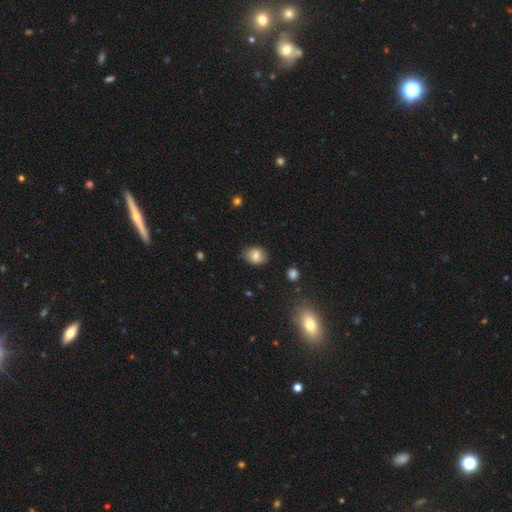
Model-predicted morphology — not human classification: This appears to be a smooth galaxy with no disk features (79%) that is in between round and cigar-shaped (56%). Merging: none (78%).